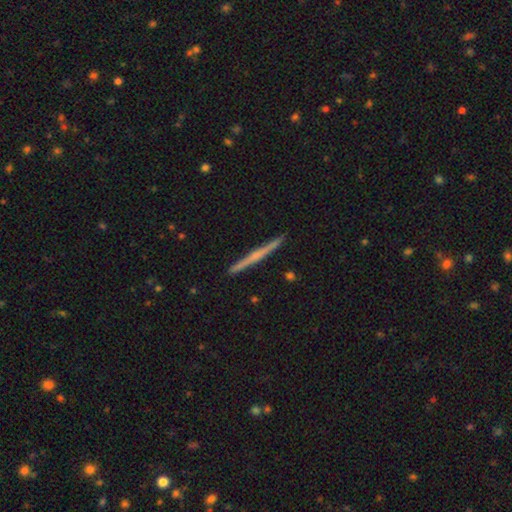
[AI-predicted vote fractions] The model was most divided on "edge-on bulge": none: 54%, rounded: 38%, boxy: 8%. More confident: edge-on disk — yes (98%); merging — none (92%); smooth or featured — featured or disk (63%).